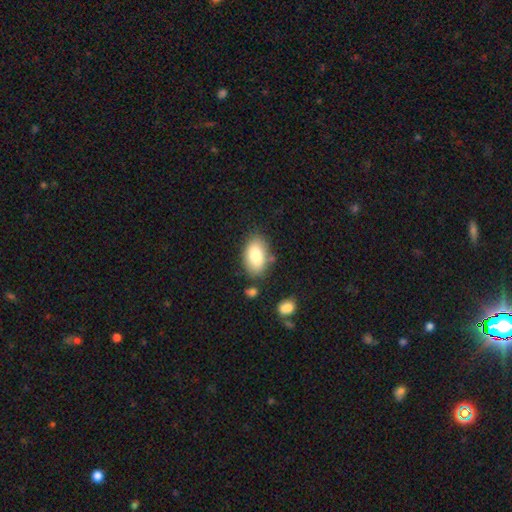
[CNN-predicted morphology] Overall: smooth (80%). How rounded: in between (92%). Merging: none (77%).